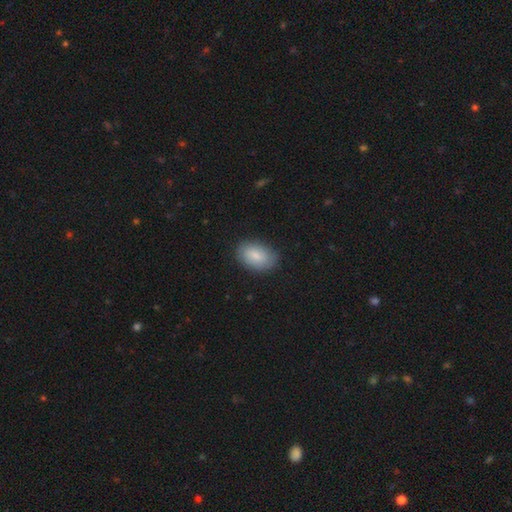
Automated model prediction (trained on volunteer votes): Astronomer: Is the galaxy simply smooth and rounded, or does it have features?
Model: smooth — 75%.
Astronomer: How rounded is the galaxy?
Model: in between — 88%.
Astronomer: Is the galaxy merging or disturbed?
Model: none — 82%.